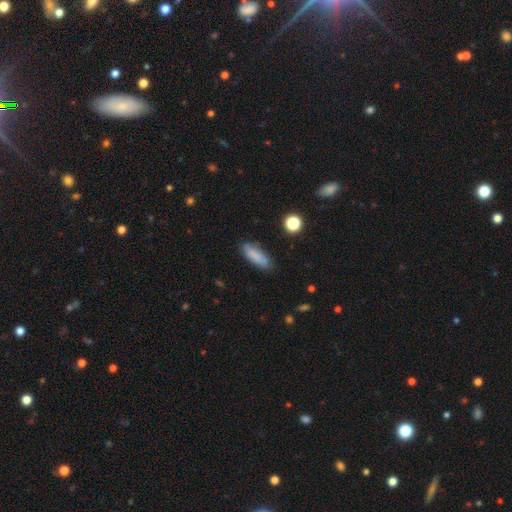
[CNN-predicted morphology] Overall: smooth (82%). How rounded: in between (59%; cigar-shaped 39%). Merging: none (80%).